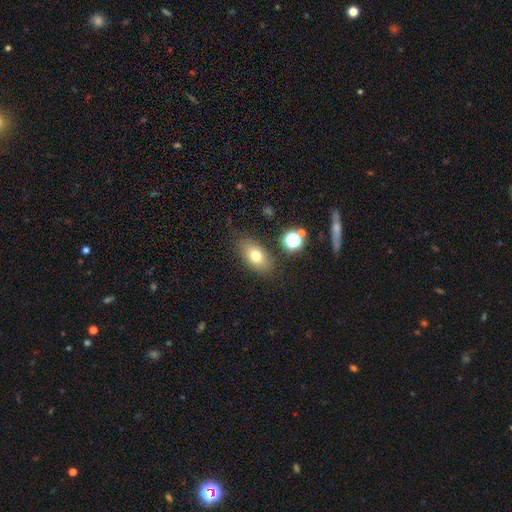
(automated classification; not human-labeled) smooth-or-featured: smooth: 73% | featured or disk: 16% | star or artifact: 12%
  how-rounded: in between: 84% | round: 12% | cigar-shaped: 3%
  merging: none: 79% | minor disturbance: 13% | major disturbance: 4% | merger: 4%